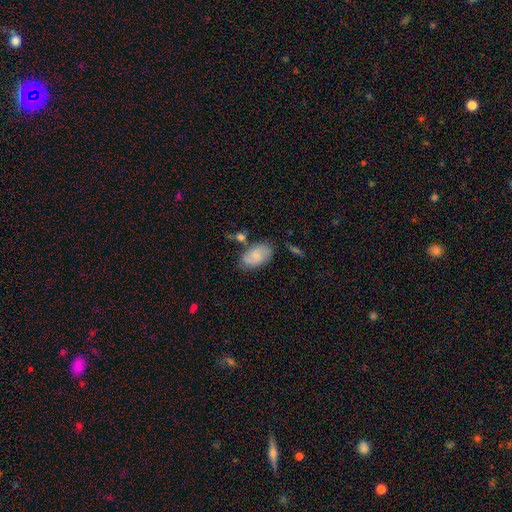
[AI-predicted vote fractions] Smooth or featured? Predicted: smooth (p=0.70). How rounded? Predicted: in between (p=0.92). Merging? Predicted: none (p=0.68).